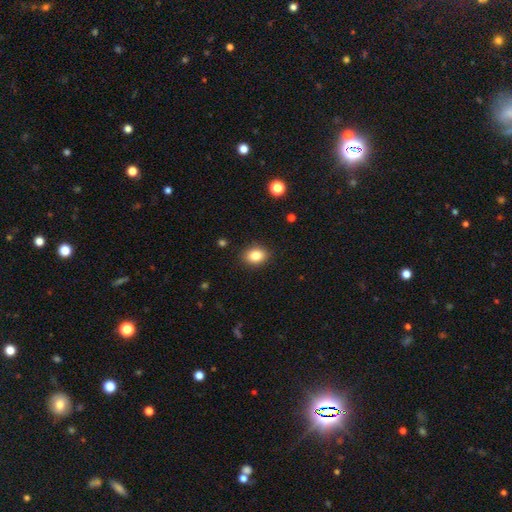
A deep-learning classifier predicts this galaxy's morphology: Smooth or featured? smooth (84%)
How rounded? in between (62%)
Merging? none (89%)